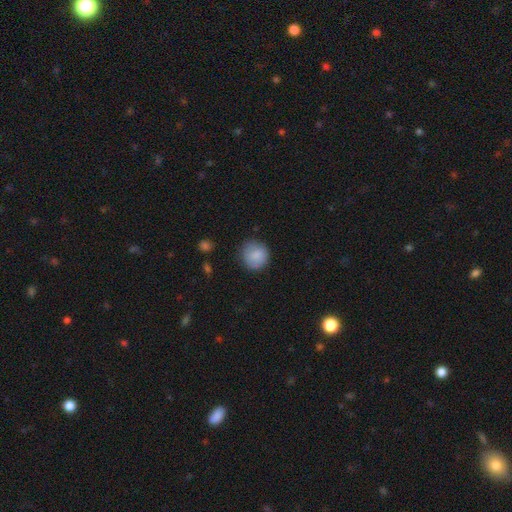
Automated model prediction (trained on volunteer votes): Smooth or featured? Predicted: smooth (p=0.84). How rounded? Predicted: round (p=0.88). Merging? Predicted: none (p=0.78).